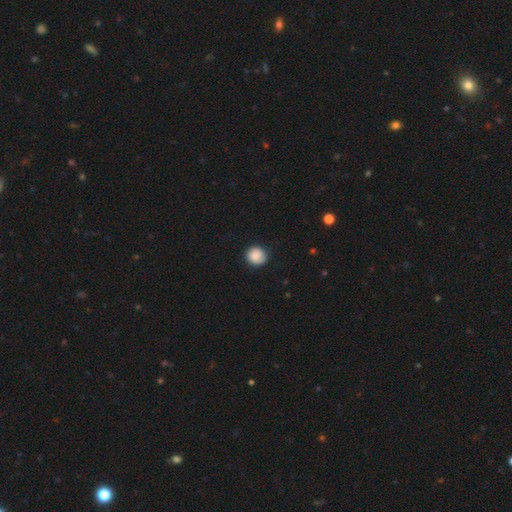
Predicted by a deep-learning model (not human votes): A smooth galaxy with no disk features (85%) that is round (90%).

Vote fractions:
- Smooth or featured? smooth: 85% / star or artifact: 8% / featured or disk: 7%
- How rounded? round: 90% / in between: 9% / cigar-shaped: 1%
- Merging? none: 84% / minor disturbance: 13% / major disturbance: 3% / merger: 1%